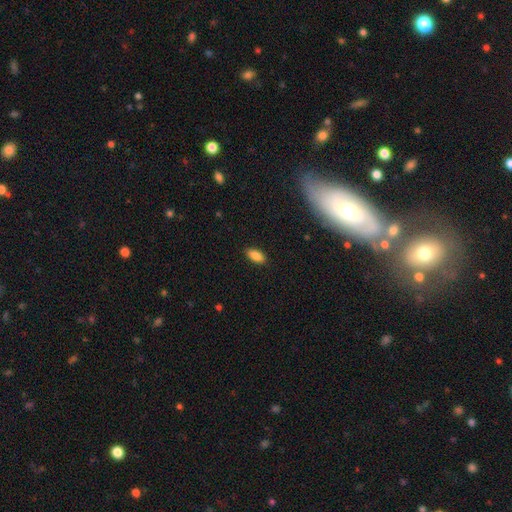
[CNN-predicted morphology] smooth-or-featured: smooth: 86% | star or artifact: 8% | featured or disk: 6%
  how-rounded: in between: 90% | cigar-shaped: 7% | round: 3%
  merging: none: 88% | minor disturbance: 9% | major disturbance: 2% | merger: 1%